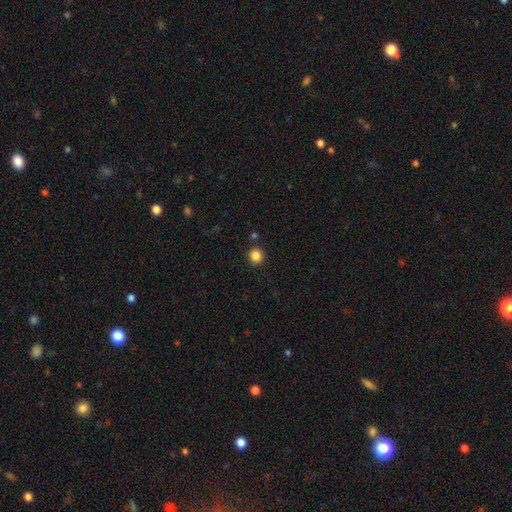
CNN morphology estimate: Q: Smooth or featured?
A: smooth (86%); runner-up: star or artifact (11%)
Q: How rounded?
A: round (92%); runner-up: in between (7%)
Q: Merging?
A: none (89%); runner-up: minor disturbance (6%)